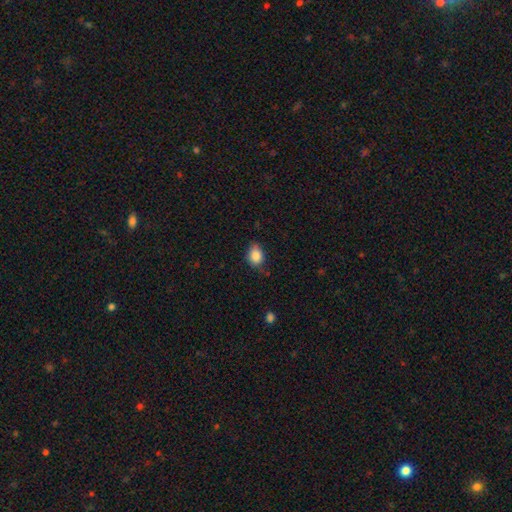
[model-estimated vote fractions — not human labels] Morphology: type=smooth (86%); roundness=in between (70%); merging=none (69%).